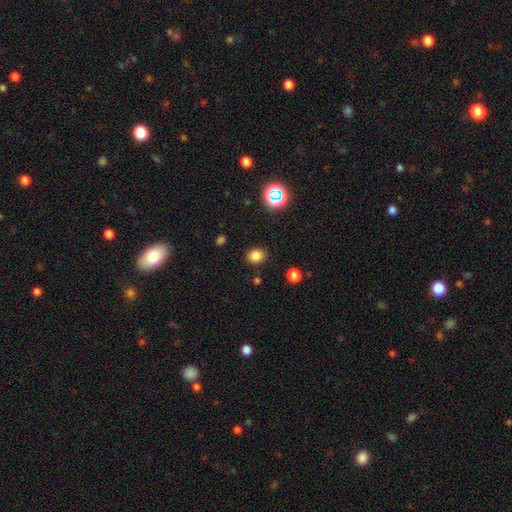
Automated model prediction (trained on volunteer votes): Smooth or featured? smooth (81%)
How rounded? round (57%)
Merging? none (86%)